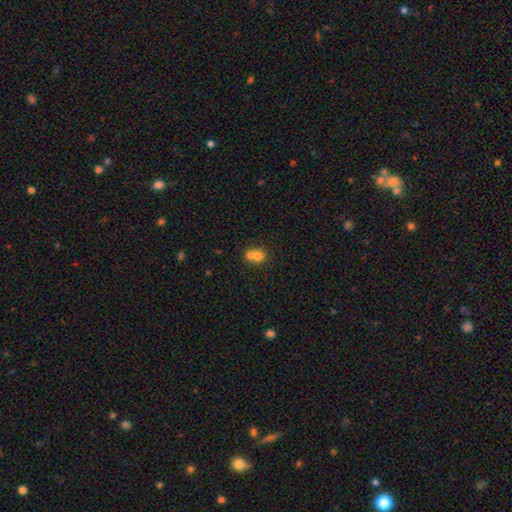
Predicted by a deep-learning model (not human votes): This is likely a smooth galaxy (71%). How rounded: likely round (72%). Merging: likely merger (66%).